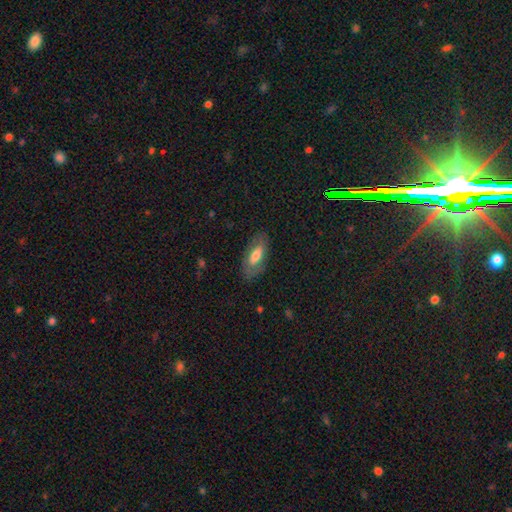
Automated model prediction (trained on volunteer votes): The model was most divided on "smooth or featured": smooth: 59%, featured or disk: 34%, star or artifact: 6%. More confident: how rounded — in between (81%); merging — none (79%).